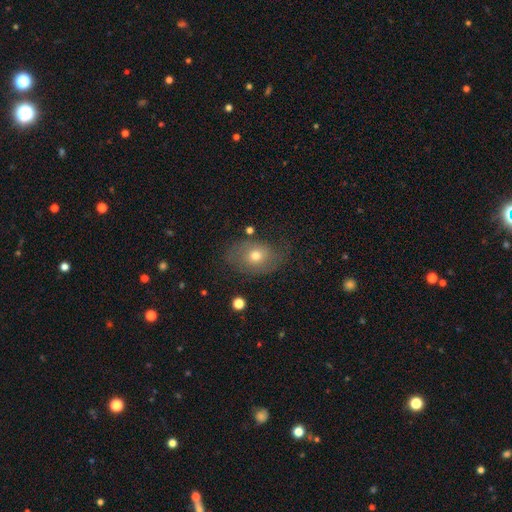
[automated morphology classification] Q: Smooth or featured?
A: smooth (57%); runner-up: featured or disk (31%)
Q: How rounded?
A: in between (69%); runner-up: round (30%)
Q: Merging?
A: none (65%); runner-up: minor disturbance (21%)